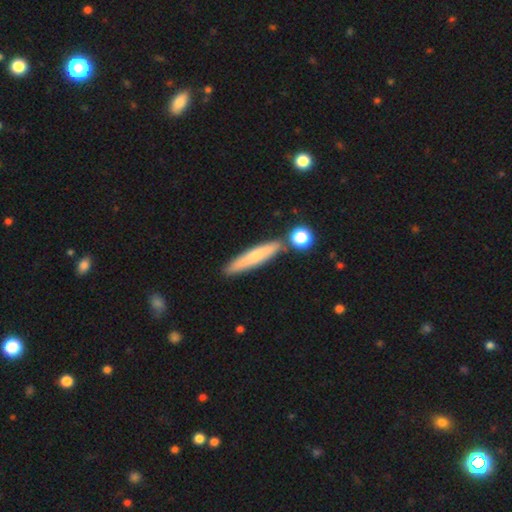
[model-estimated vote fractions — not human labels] The model was most divided on "smooth or featured": smooth: 67%, featured or disk: 26%, star or artifact: 7%. More confident: how rounded — cigar-shaped (90%); merging — none (80%).